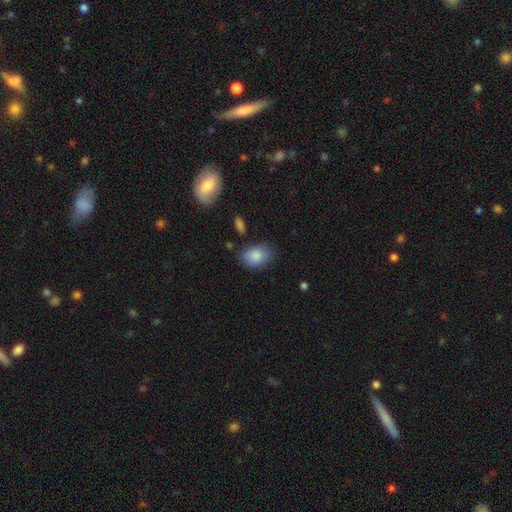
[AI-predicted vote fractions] Morphology: type=smooth (86%); roundness=in between (78%); merging=none (75%).